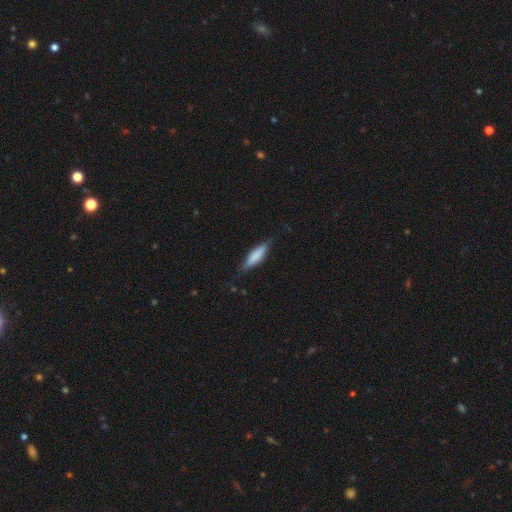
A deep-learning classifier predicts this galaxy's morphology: This is likely a smooth galaxy (71%). How rounded: likely cigar-shaped (69%). Merging: likely none (78%).